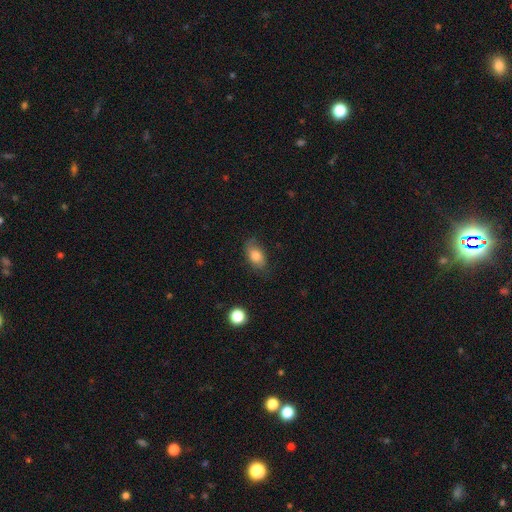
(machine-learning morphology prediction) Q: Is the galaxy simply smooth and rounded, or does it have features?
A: smooth — 78%.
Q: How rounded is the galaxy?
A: in between — 88%.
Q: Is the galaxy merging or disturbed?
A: none — 70%.